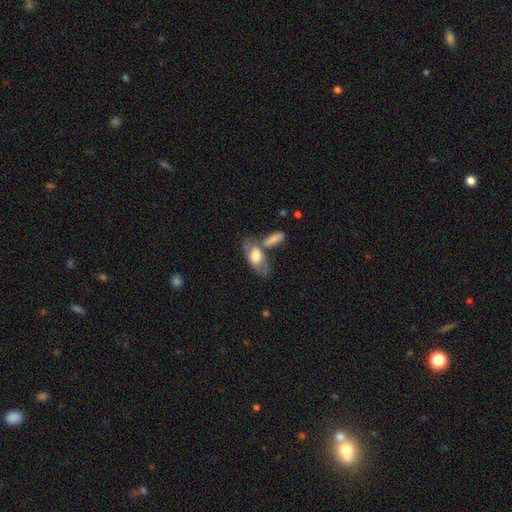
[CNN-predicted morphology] A smooth galaxy with no disk features (63%) that is in between round and cigar-shaped (85%).

Vote fractions:
- Smooth or featured? smooth: 63% / featured or disk: 31% / star or artifact: 6%
- How rounded? in between: 85% / cigar-shaped: 11% / round: 4%
- Merging? none: 43% / merger: 32% / minor disturbance: 16% / major disturbance: 9%